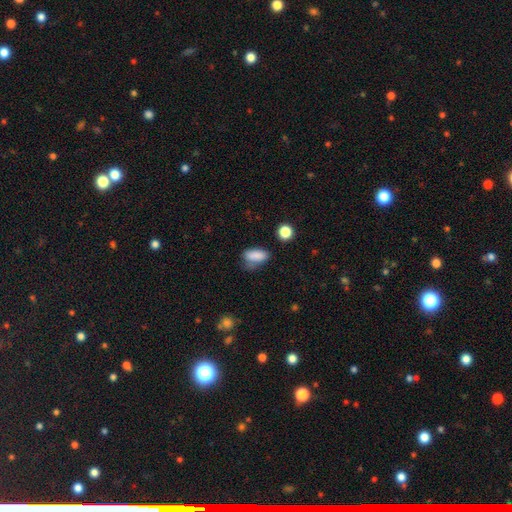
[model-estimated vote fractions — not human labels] A smooth galaxy with no disk features (84%) that is in between round and cigar-shaped (84%). Merging: none (52%).